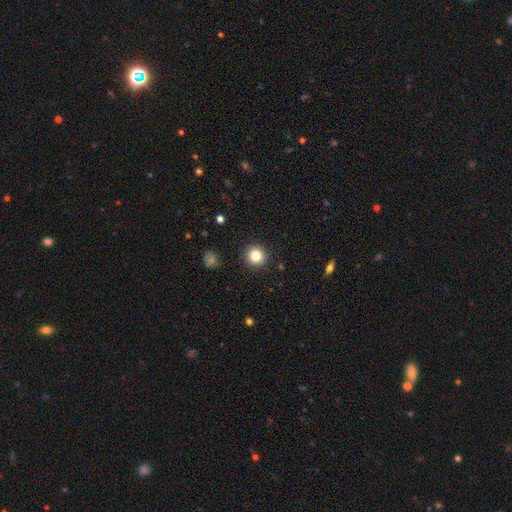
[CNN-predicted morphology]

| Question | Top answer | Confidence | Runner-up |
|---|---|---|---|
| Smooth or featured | smooth | 84% | star or artifact (11%) |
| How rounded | round | 95% | in between (4%) |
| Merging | none | 92% | minor disturbance (5%) |